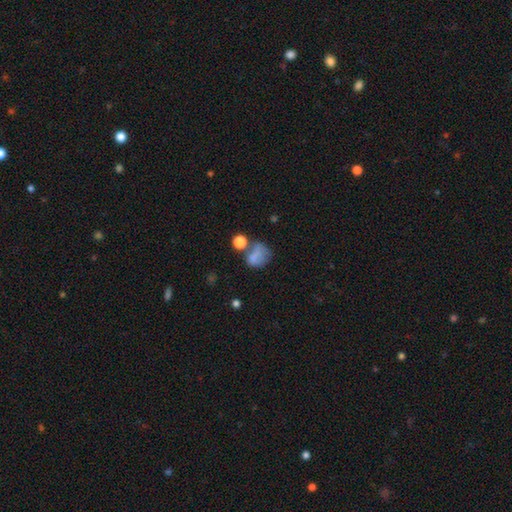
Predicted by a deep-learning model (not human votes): Q: Smooth or featured?
A: smooth (66%); runner-up: featured or disk (19%)
Q: How rounded?
A: round (53%); runner-up: in between (46%)
Q: Merging?
A: none (31%); runner-up: major disturbance (25%)